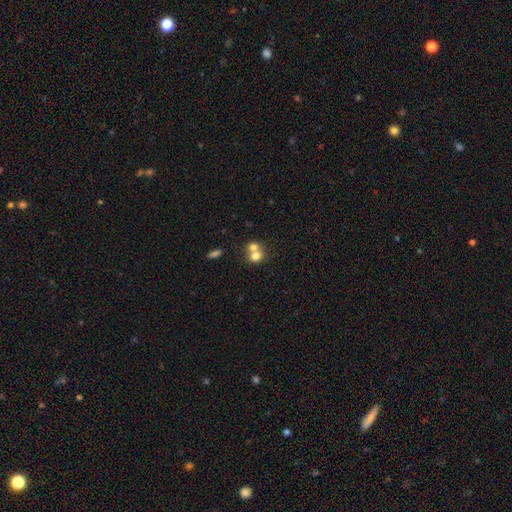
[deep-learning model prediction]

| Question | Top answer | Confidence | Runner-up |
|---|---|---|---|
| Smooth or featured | smooth | 73% | featured or disk (17%) |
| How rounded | round | 72% | in between (27%) |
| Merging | merger | 64% | none (29%) |